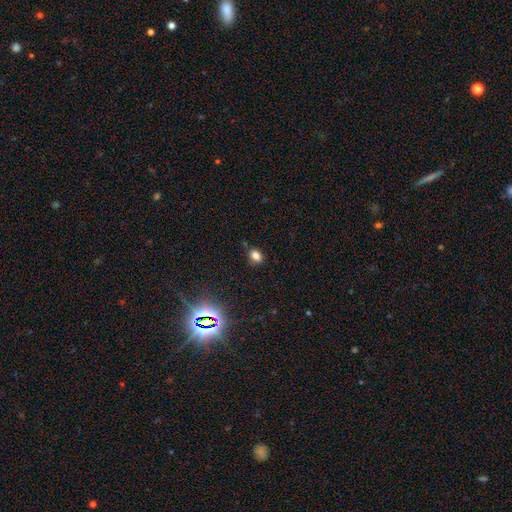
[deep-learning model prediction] smooth-or-featured: smooth: 77% | star or artifact: 17% | featured or disk: 6%
  how-rounded: in between: 65% | round: 33% | cigar-shaped: 2%
  merging: none: 79% | minor disturbance: 14% | merger: 4% | major disturbance: 3%